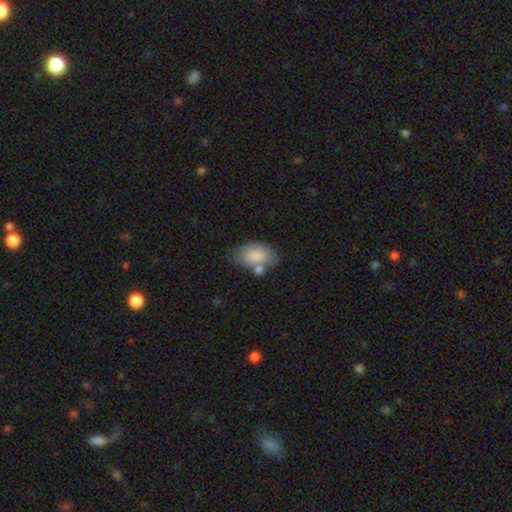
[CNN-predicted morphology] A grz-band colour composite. It shows a smooth galaxy with no disk features (83%) that is in between round and cigar-shaped (90%). Merging: none (51%).